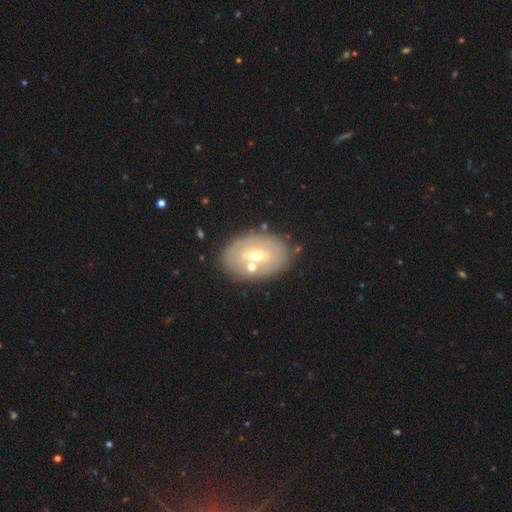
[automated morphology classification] Smooth or featured? Predicted: featured or disk (p=0.52). Edge-on disk? Predicted: no (p=0.89). Merging? Predicted: none (p=0.77).